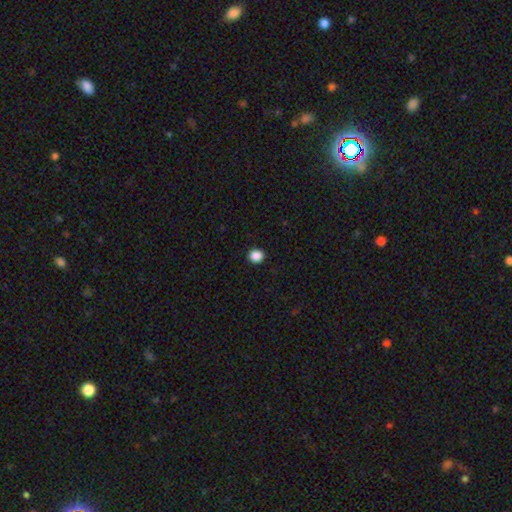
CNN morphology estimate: Smooth or featured?
  - smooth: 87% *
  - star or artifact: 10%
  - featured or disk: 2%
How rounded?
  - round: 89% *
  - in between: 11%
  - cigar-shaped: 1%
Merging?
  - none: 93% *
  - minor disturbance: 5%
  - major disturbance: 2%
  - merger: 1%